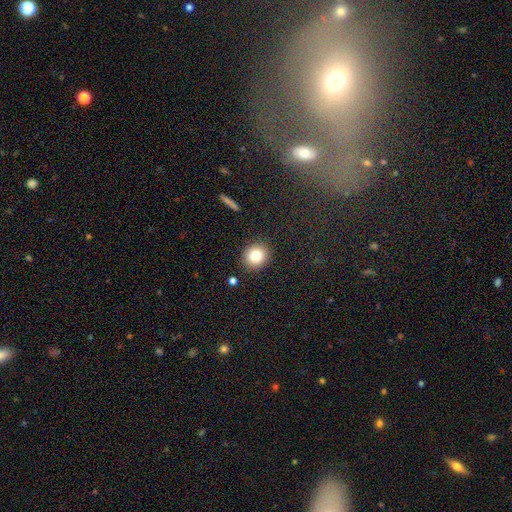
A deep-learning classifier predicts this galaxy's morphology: Smooth or featured? Predicted: smooth (p=0.81). How rounded? Predicted: round (p=0.85). Merging? Predicted: none (p=0.90).